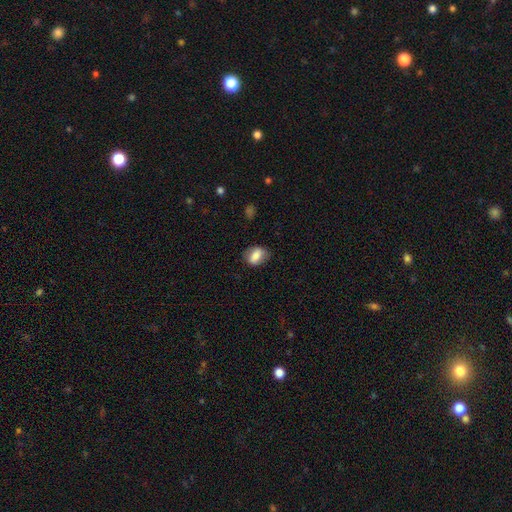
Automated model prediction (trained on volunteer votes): This appears to be a smooth galaxy with no disk features (74%) that is in between round and cigar-shaped (75%). Merging: none (73%).